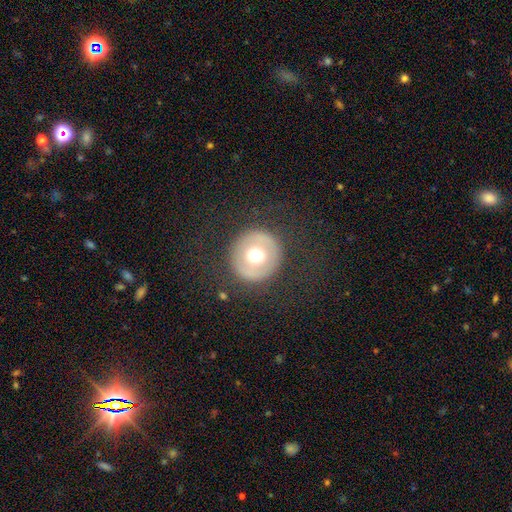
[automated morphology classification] smooth-or-featured: smooth: 54% | featured or disk: 34% | star or artifact: 12%
  how-rounded: round: 95% | in between: 4% | cigar-shaped: 1%
  merging: none: 86% | minor disturbance: 7% | major disturbance: 5% | merger: 1%